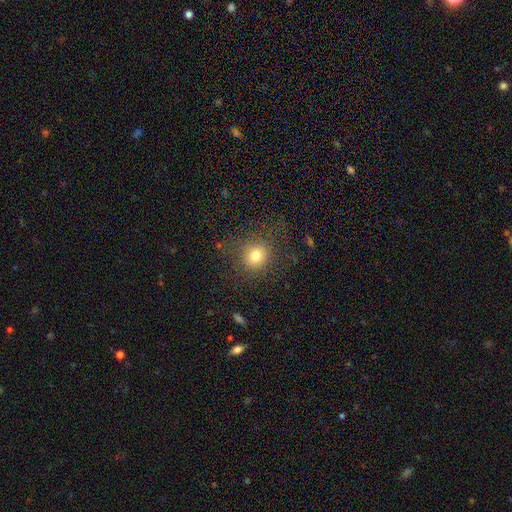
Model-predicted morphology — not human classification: type=smooth (77%); roundness=round (87%); merging=none (83%).